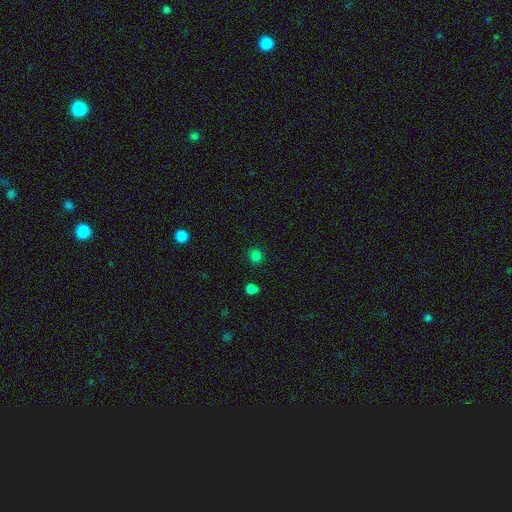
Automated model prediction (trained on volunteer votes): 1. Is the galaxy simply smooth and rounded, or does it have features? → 81% smooth, 16% star or artifact, 3% featured or disk.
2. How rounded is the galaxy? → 88% round, 12% in between, 1% cigar-shaped.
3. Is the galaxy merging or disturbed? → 89% none, 6% minor disturbance, 2% major disturbance, 2% merger.